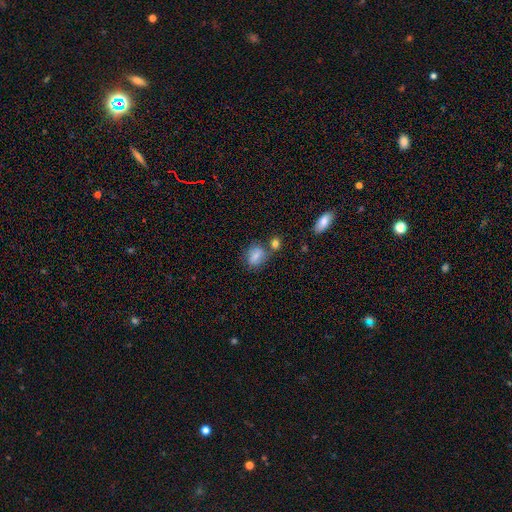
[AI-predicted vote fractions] smooth_or_featured: smooth (p=0.77) [alt: featured or disk p=0.12]
how_rounded: in between (p=0.62) [alt: round p=0.36]
merging: none (p=0.54) [alt: merger p=0.21]